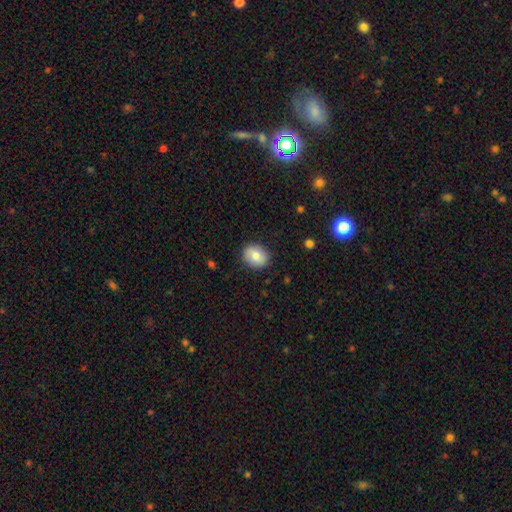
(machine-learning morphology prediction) The model was most divided on "how rounded": round: 58%, in between: 41%, cigar-shaped: 1%. More confident: merging — none (88%); smooth or featured — smooth (79%).